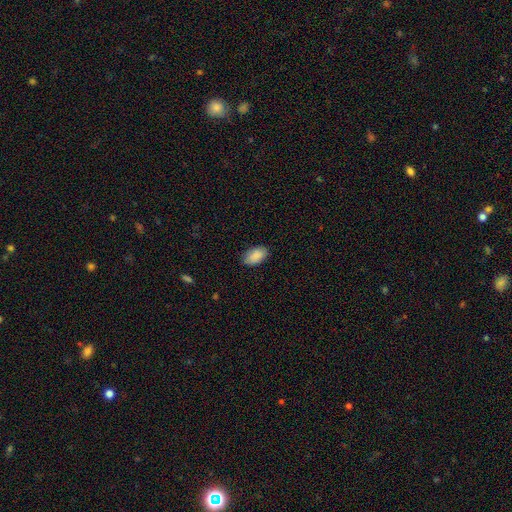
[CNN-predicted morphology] Q: Smooth or featured?
A: smooth (90%); runner-up: star or artifact (7%)
Q: How rounded?
A: in between (93%); runner-up: round (5%)
Q: Merging?
A: none (85%); runner-up: minor disturbance (12%)